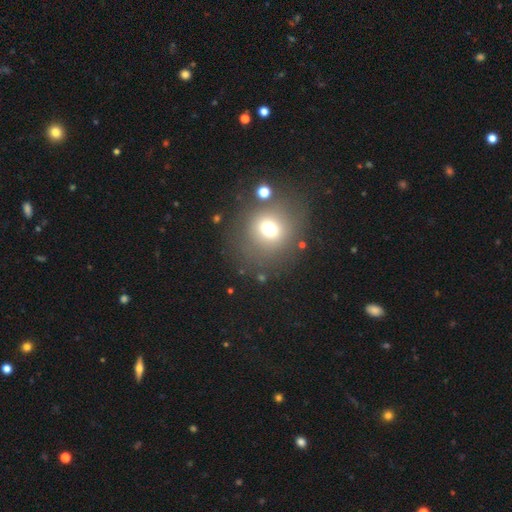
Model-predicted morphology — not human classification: smooth 62%, star or artifact 27%, featured or disk 11%. Down the decision tree: how rounded — round (80%); merging — none (81%).